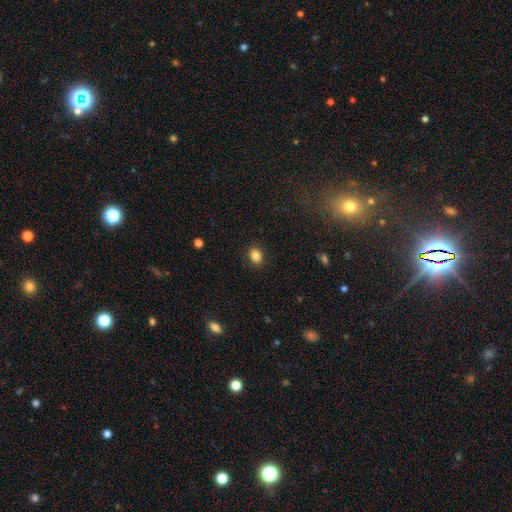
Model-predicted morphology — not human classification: The model was most divided on "how rounded": round: 54%, in between: 45%, cigar-shaped: 1%. More confident: merging — none (89%); smooth or featured — smooth (85%).